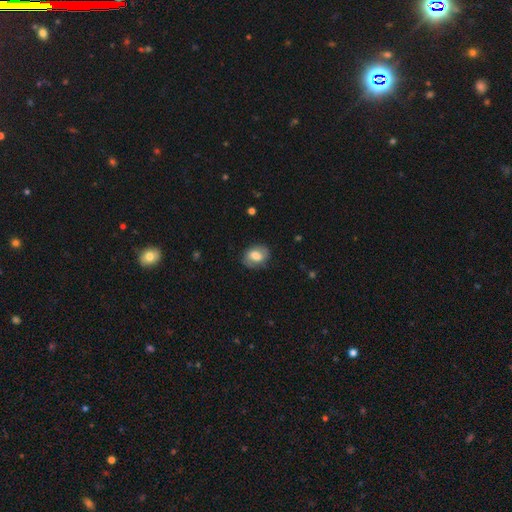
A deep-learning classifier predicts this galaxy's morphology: A smooth galaxy with no disk features (66%) that is in between round and cigar-shaped (66%).

Vote fractions:
- Smooth or featured? smooth: 66% / featured or disk: 26% / star or artifact: 8%
- How rounded? in between: 66% / round: 33% / cigar-shaped: 1%
- Merging? none: 75% / minor disturbance: 18% / major disturbance: 6% / merger: 1%